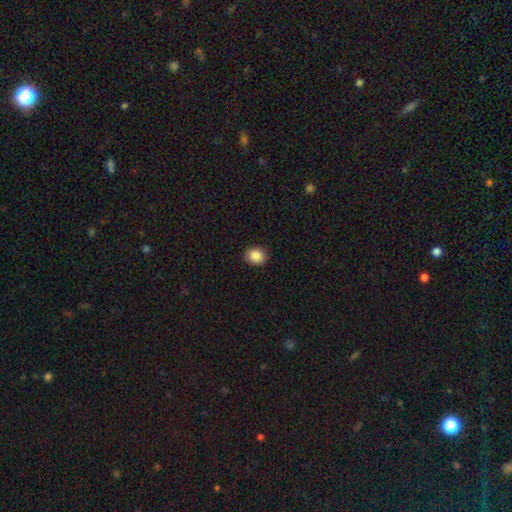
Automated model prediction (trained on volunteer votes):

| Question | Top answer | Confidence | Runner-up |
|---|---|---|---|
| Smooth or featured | smooth | 88% | star or artifact (9%) |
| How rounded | round | 59% | in between (40%) |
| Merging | none | 90% | minor disturbance (7%) |